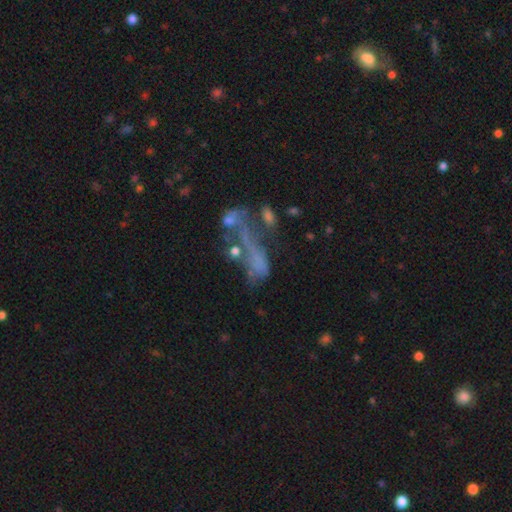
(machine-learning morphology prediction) type=featured or disk (45%); merging=merger (37%).